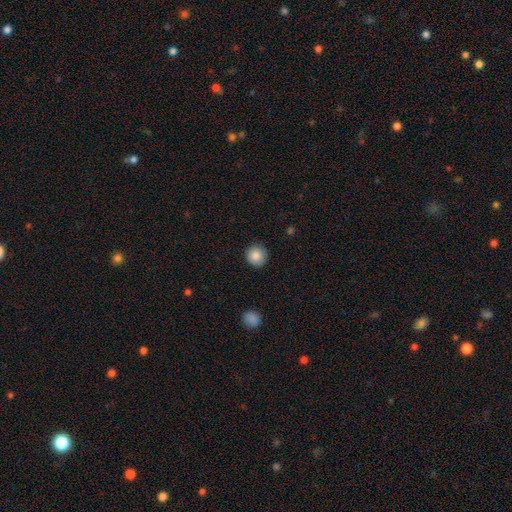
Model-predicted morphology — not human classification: Q: Smooth or featured?
A: smooth (87%); runner-up: star or artifact (8%)
Q: How rounded?
A: round (95%); runner-up: in between (5%)
Q: Merging?
A: none (90%); runner-up: minor disturbance (7%)